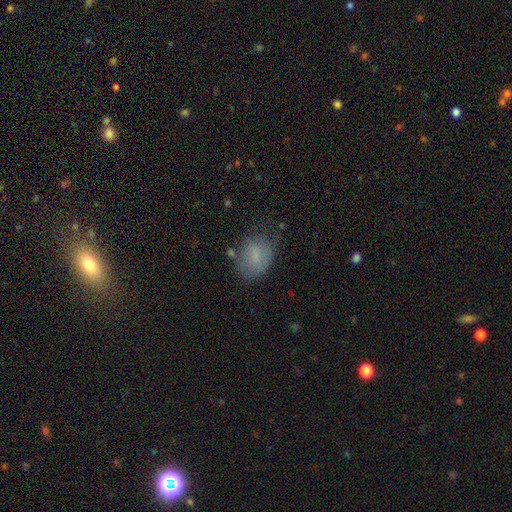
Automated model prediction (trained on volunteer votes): This is likely a smooth galaxy (71%). How rounded: likely in between (69%). Merging: possibly none (57%).